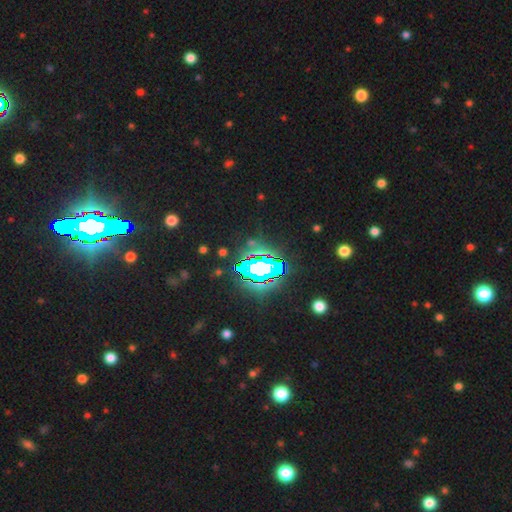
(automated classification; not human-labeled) smooth_or_featured: star or artifact (p=0.84) [alt: smooth p=0.08]